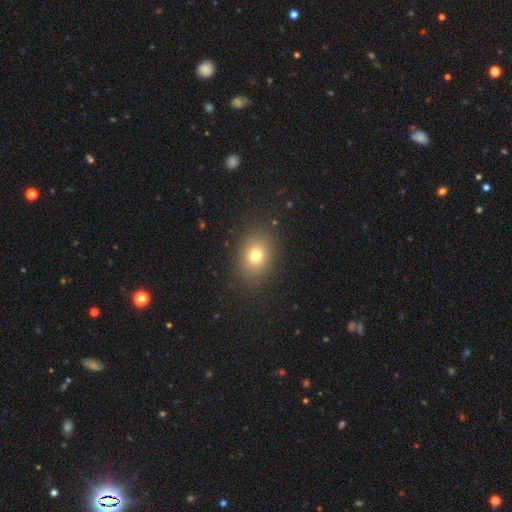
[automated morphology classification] smooth-or-featured: smooth: 75% | star or artifact: 14% | featured or disk: 11%
  how-rounded: in between: 53% | round: 46% | cigar-shaped: 1%
  merging: none: 86% | minor disturbance: 9% | major disturbance: 4% | merger: 1%